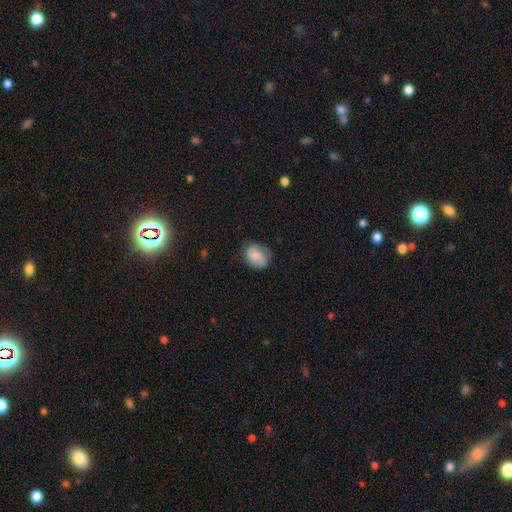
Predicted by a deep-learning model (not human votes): smooth-or-featured: smooth: 74% | featured or disk: 19% | star or artifact: 8%
  how-rounded: in between: 57% | round: 42% | cigar-shaped: 1%
  merging: none: 72% | minor disturbance: 21% | major disturbance: 6% | merger: 1%